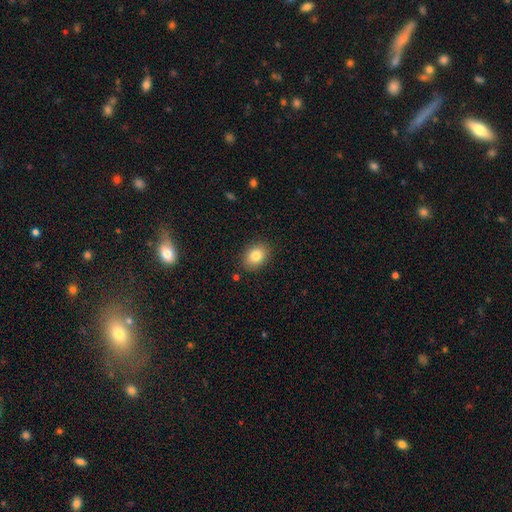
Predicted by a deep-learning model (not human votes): Smooth or featured? Predicted: smooth (p=0.83). How rounded? Predicted: in between (p=0.66). Merging? Predicted: none (p=0.87).